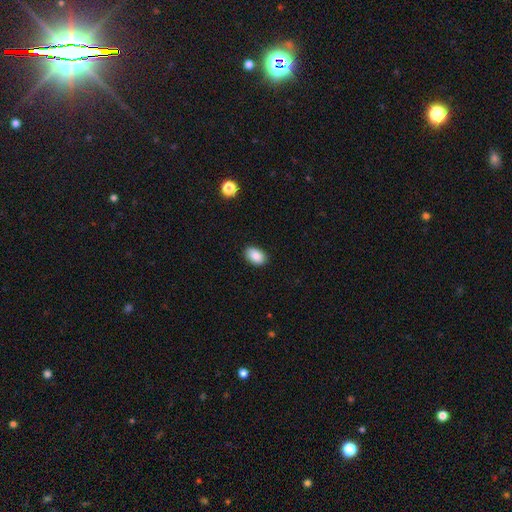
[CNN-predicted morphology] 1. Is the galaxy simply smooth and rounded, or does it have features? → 88% smooth, 7% star or artifact, 5% featured or disk.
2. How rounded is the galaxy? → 89% in between, 10% round, 1% cigar-shaped.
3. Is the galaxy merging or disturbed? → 88% none, 9% minor disturbance, 2% major disturbance, 1% merger.